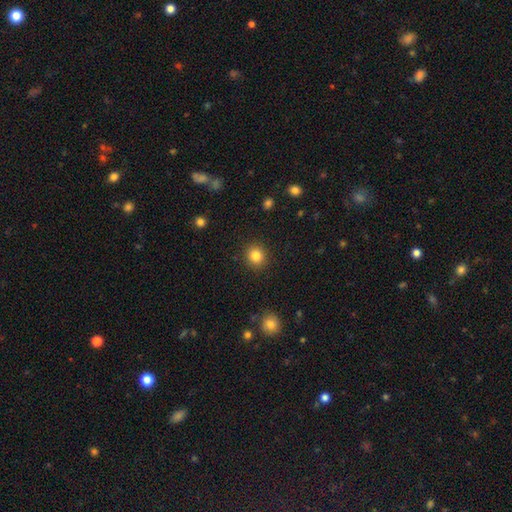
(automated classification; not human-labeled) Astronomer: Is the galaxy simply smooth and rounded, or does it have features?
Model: smooth — 84%.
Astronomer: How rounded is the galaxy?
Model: round — 87%.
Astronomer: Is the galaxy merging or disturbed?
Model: none — 90%.